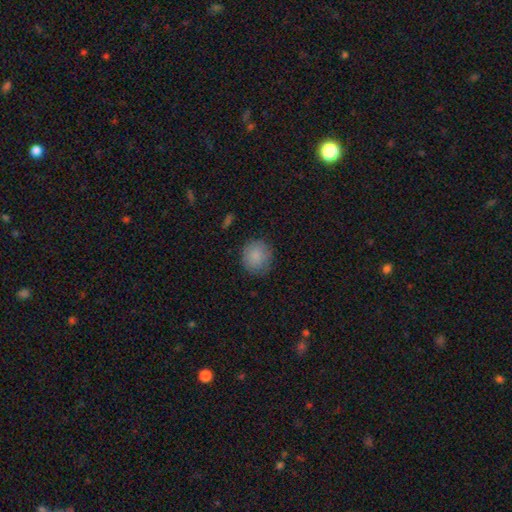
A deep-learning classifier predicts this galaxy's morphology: Q: Smooth or featured?
A: smooth (85%); runner-up: star or artifact (8%)
Q: How rounded?
A: round (84%); runner-up: in between (15%)
Q: Merging?
A: none (80%); runner-up: minor disturbance (15%)